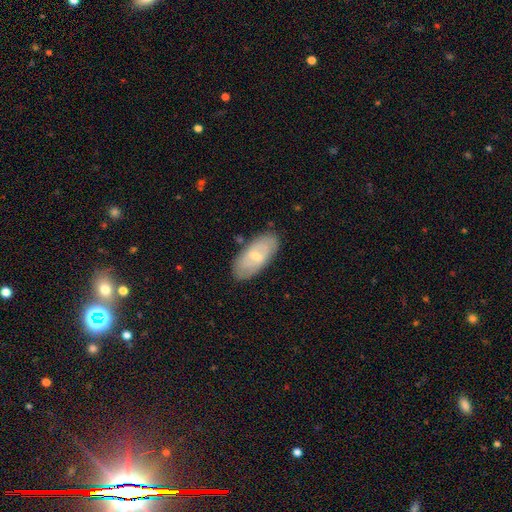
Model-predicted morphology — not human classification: This is possibly a smooth galaxy (51%). How rounded: clearly in between (87%). Merging: clearly none (82%).